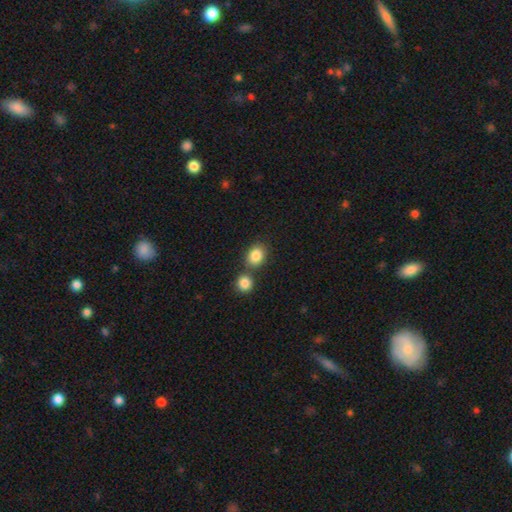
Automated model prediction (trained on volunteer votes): Smooth or featured? Predicted: smooth (p=0.85). How rounded? Predicted: in between (p=0.50). Merging? Predicted: none (p=0.60).